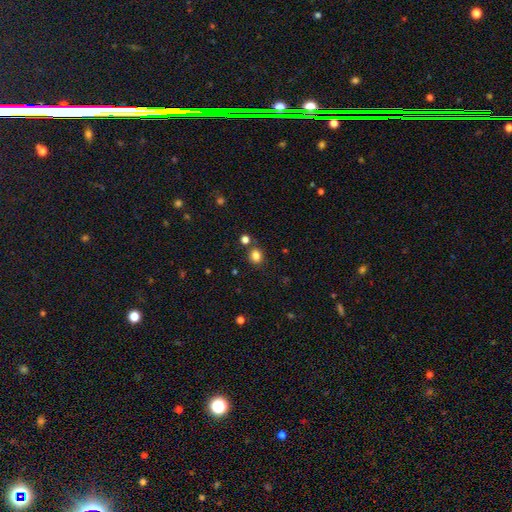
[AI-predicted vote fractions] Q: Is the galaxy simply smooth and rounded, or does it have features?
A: smooth — 82%.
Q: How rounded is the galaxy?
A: round — 71%.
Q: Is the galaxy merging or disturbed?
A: none — 78%.